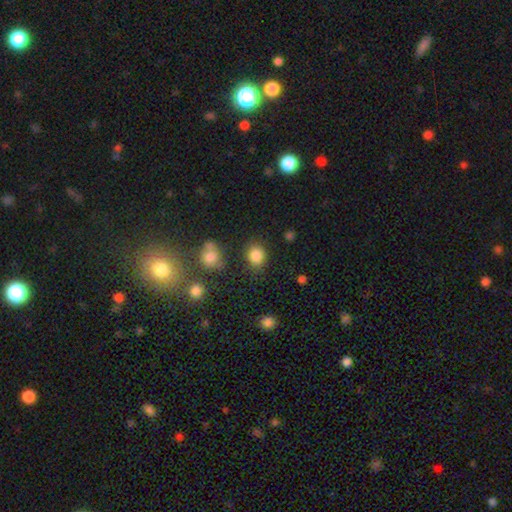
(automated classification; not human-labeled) Q: Smooth or featured?
A: smooth (84%); runner-up: star or artifact (11%)
Q: How rounded?
A: round (63%); runner-up: in between (36%)
Q: Merging?
A: none (80%); runner-up: minor disturbance (12%)